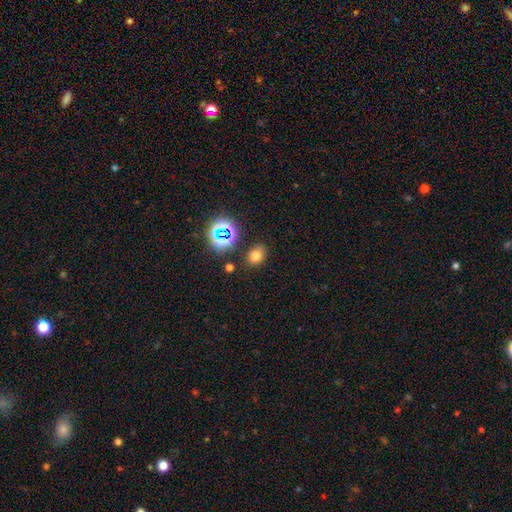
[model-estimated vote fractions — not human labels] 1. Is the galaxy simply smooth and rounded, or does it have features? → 72% smooth, 20% star or artifact, 7% featured or disk.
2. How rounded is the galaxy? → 57% in between, 42% round, 1% cigar-shaped.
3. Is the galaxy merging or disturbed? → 81% none, 11% minor disturbance, 4% merger, 3% major disturbance.